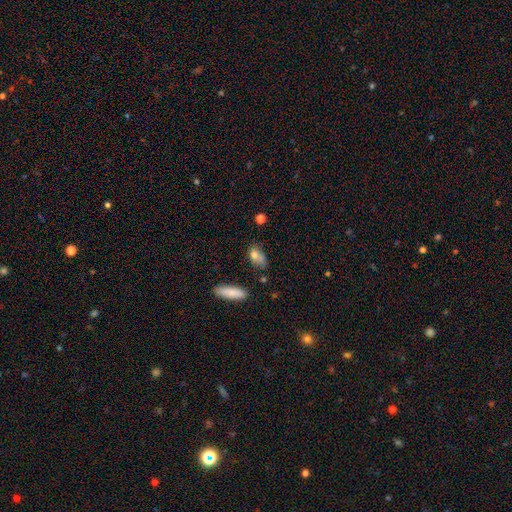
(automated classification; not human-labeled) Smooth or featured? smooth (75%)
How rounded? in between (79%)
Merging? none (44%)